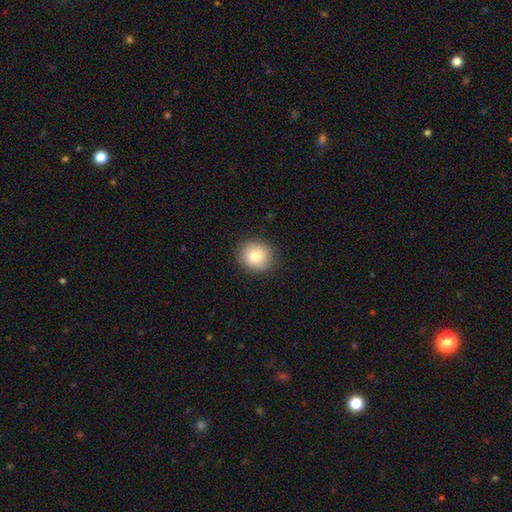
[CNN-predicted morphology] This appears to be a smooth galaxy with no disk features (79%) that is round (83%). Merging: none (88%).